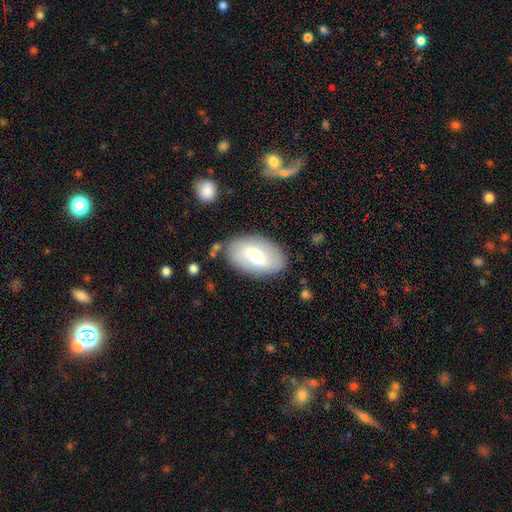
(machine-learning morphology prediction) A smooth galaxy with no disk features (55%) that is in between round and cigar-shaped (92%).

Vote fractions:
- Smooth or featured? smooth: 55% / featured or disk: 38% / star or artifact: 6%
- How rounded? in between: 92% / round: 6% / cigar-shaped: 2%
- Merging? none: 81% / minor disturbance: 12% / major disturbance: 4% / merger: 3%